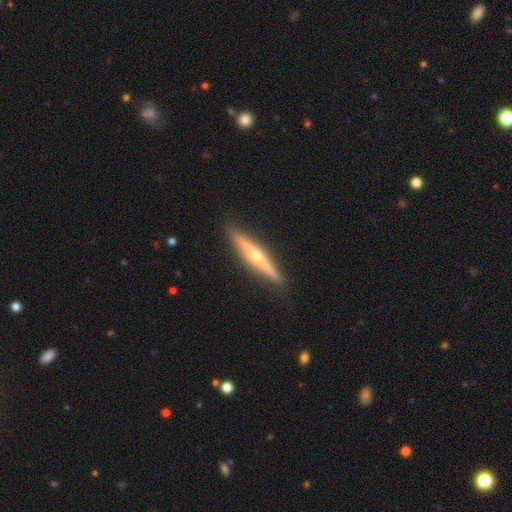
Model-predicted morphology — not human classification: This appears to be a featured or disk galaxy (79%) viewed edge-on (98%) with a rounded central bulge (90%). Merging: none (91%).